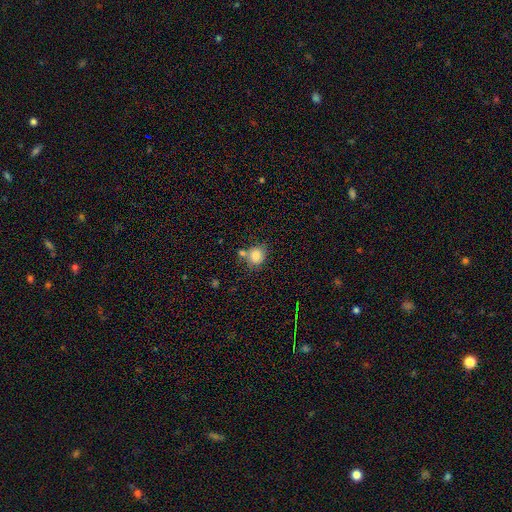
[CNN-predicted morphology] smooth_or_featured: smooth (p=0.82) [alt: star or artifact p=0.10]
how_rounded: round (p=0.73) [alt: in between p=0.26]
merging: none (p=0.60) [alt: merger p=0.19]